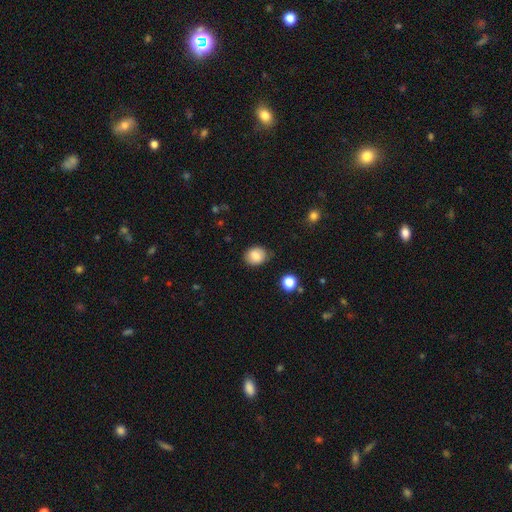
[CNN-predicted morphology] This is clearly a smooth galaxy (81%). How rounded: possibly round (55%). Merging: clearly none (81%).